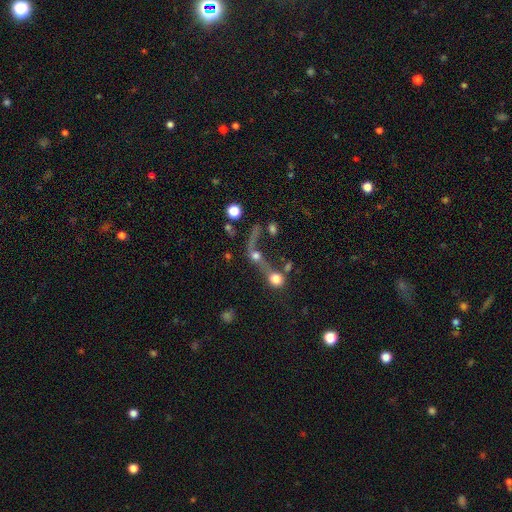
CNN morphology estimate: This is possibly a smooth galaxy (51%). How rounded: likely round (61%). Merging: possibly merger (58%).